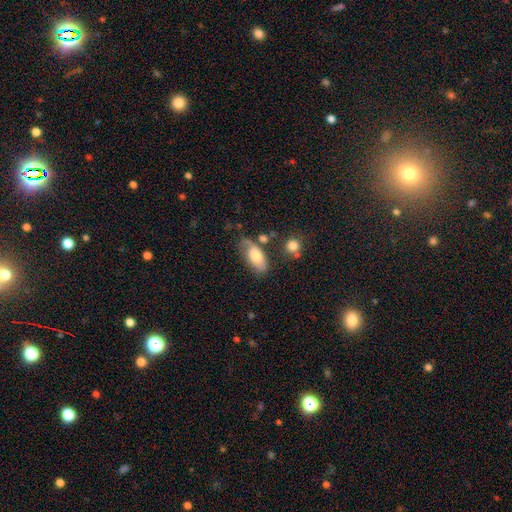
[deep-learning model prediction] Q: Smooth or featured?
A: smooth (66%); runner-up: featured or disk (27%)
Q: How rounded?
A: in between (90%); runner-up: cigar-shaped (7%)
Q: Merging?
A: none (53%); runner-up: minor disturbance (26%)